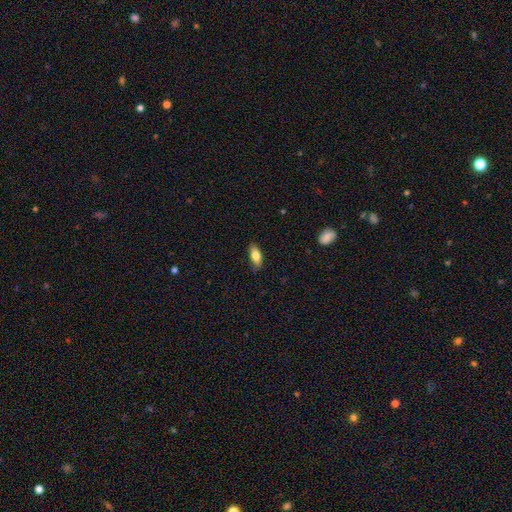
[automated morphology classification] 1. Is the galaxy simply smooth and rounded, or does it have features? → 79% smooth, 14% featured or disk, 7% star or artifact.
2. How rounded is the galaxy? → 80% in between, 17% cigar-shaped, 3% round.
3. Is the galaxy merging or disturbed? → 80% none, 16% minor disturbance, 3% major disturbance, 1% merger.